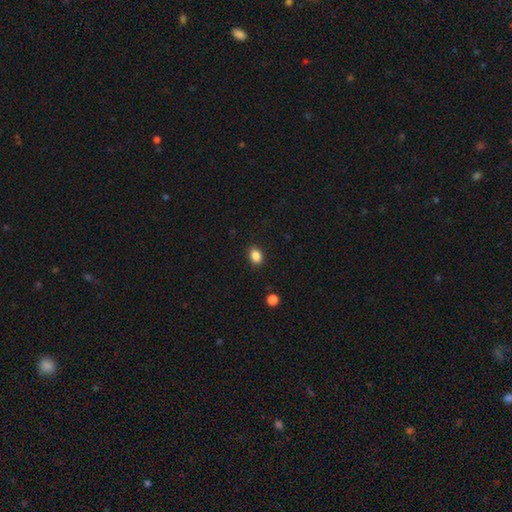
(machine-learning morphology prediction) type=smooth (86%); roundness=in between (71%); merging=none (89%).